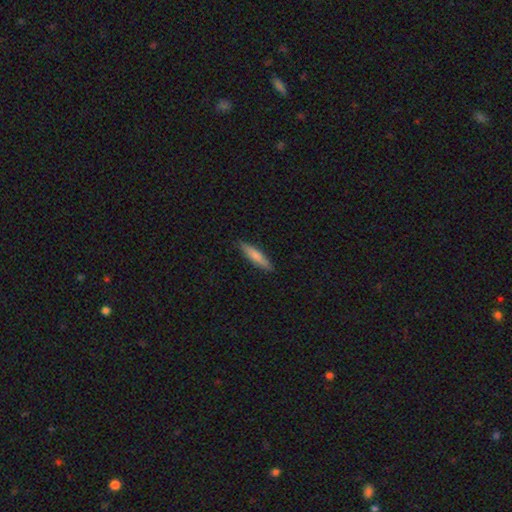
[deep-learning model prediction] Q: Smooth or featured?
A: smooth (73%); runner-up: featured or disk (21%)
Q: How rounded?
A: cigar-shaped (81%); runner-up: in between (17%)
Q: Merging?
A: none (88%); runner-up: minor disturbance (9%)